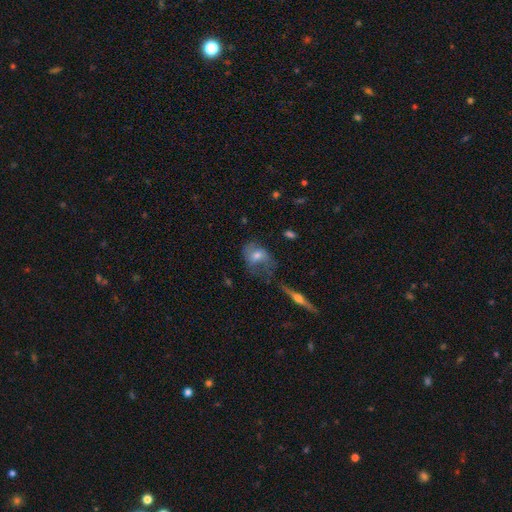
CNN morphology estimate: smooth_or_featured: featured or disk (p=0.45) [alt: smooth p=0.44]
merging: none (p=0.39) [alt: minor disturbance p=0.29]